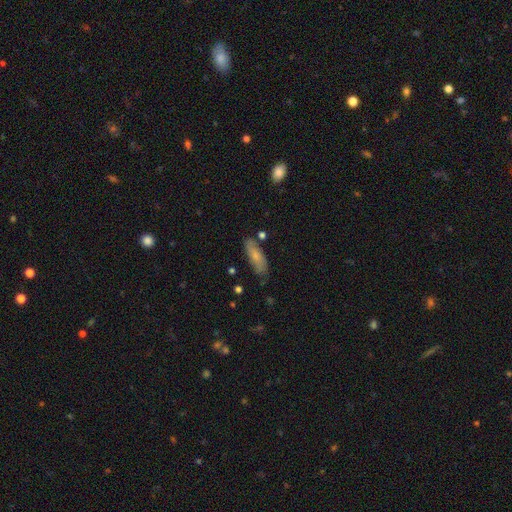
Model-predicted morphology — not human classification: smooth-or-featured: smooth: 72% | featured or disk: 22% | star or artifact: 6%
  how-rounded: in between: 60% | cigar-shaped: 38% | round: 2%
  merging: none: 71% | minor disturbance: 21% | merger: 4% | major disturbance: 4%